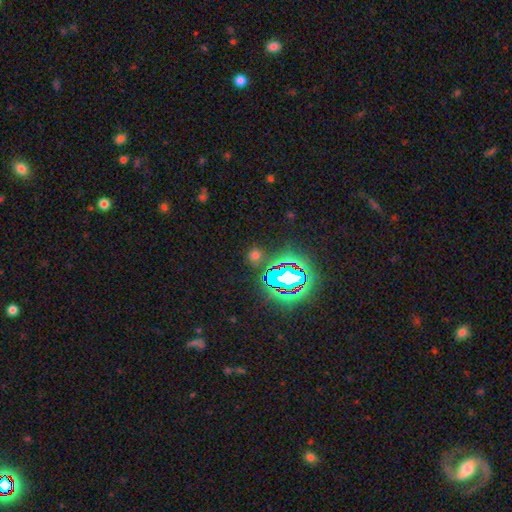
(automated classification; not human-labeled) A smooth galaxy with no disk features (48%).

Vote fractions:
- Smooth or featured? smooth: 48% / star or artifact: 44% / featured or disk: 7%
- Merging? none: 80% / minor disturbance: 10% / merger: 5% / major disturbance: 5%